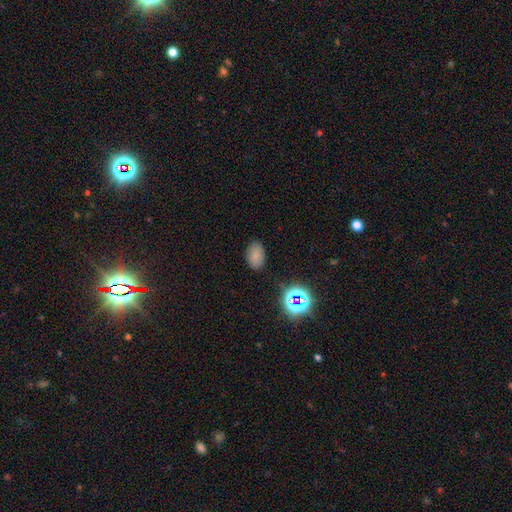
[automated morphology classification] Smooth or featured?
  - smooth: 77% *
  - star or artifact: 17%
  - featured or disk: 7%
How rounded?
  - in between: 88% *
  - round: 11%
  - cigar-shaped: 1%
Merging?
  - none: 84% *
  - minor disturbance: 12%
  - major disturbance: 3%
  - merger: 2%